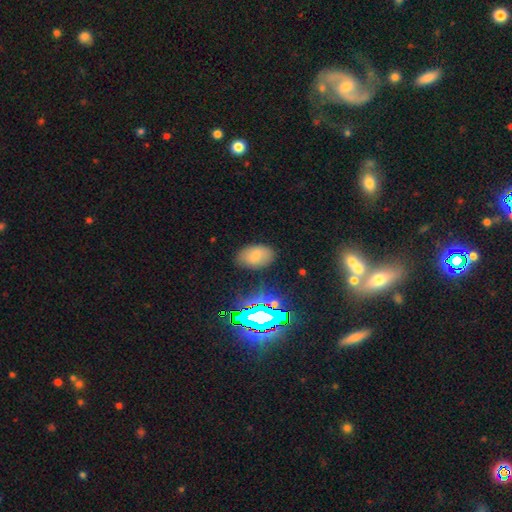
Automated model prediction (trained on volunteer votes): Morphology: type=smooth (69%); roundness=in between (91%); merging=none (81%).